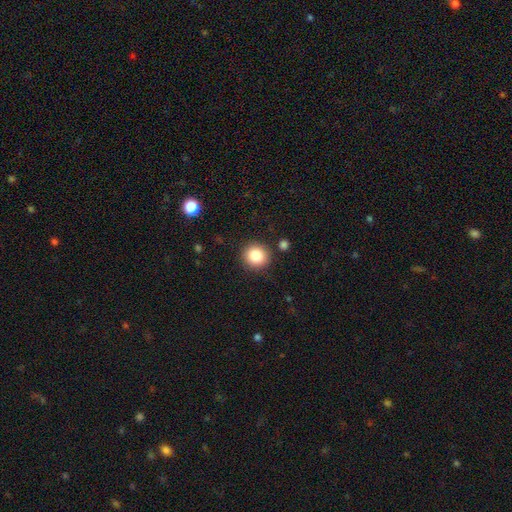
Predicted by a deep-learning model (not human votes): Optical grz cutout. It shows a smooth galaxy with no disk features (84%) that is round (91%). Merging: none (89%).